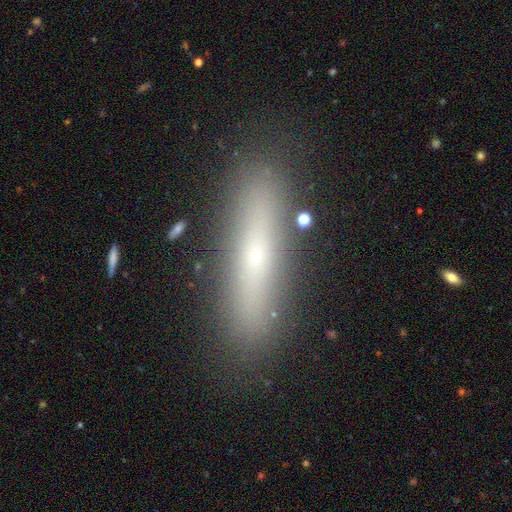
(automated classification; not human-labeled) A smooth galaxy with no disk features (48%). Merging: none (86%).